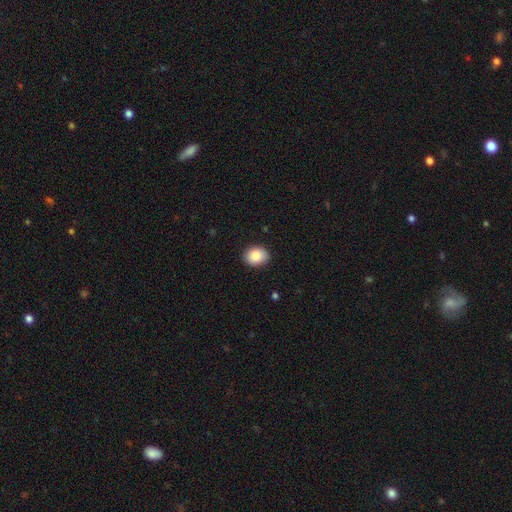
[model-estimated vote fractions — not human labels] Smooth or featured: smooth — 87% (star or artifact — 8%)
How rounded: in between — 59% (round — 41%)
Merging: none — 88% (minor disturbance — 9%)